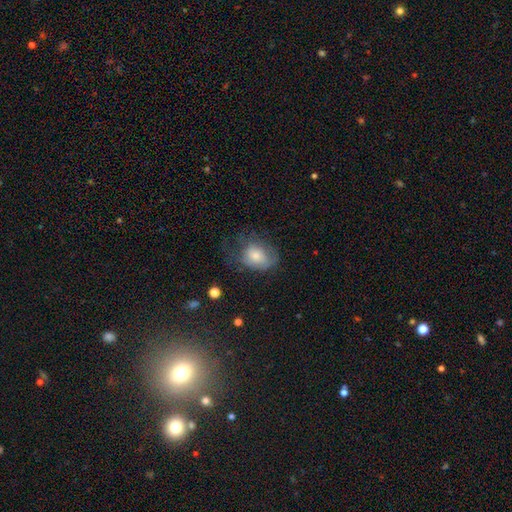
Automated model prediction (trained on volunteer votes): Smooth or featured: smooth — 66% (featured or disk — 25%)
How rounded: in between — 61% (round — 38%)
Merging: none — 36% (major disturbance — 32%)